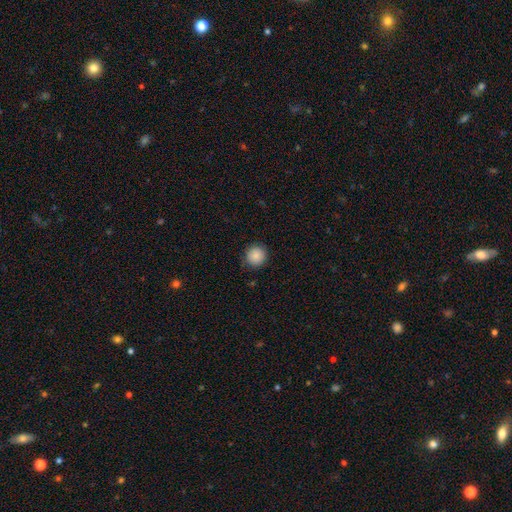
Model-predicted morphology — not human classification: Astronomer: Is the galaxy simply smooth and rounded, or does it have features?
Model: smooth — 88%.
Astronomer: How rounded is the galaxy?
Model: round — 93%.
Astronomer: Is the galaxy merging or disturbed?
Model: none — 87%.